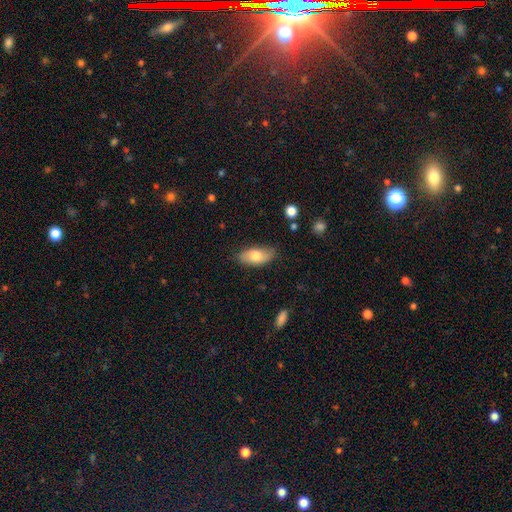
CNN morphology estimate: Smooth or featured? smooth (74%)
How rounded? in between (90%)
Merging? none (80%)